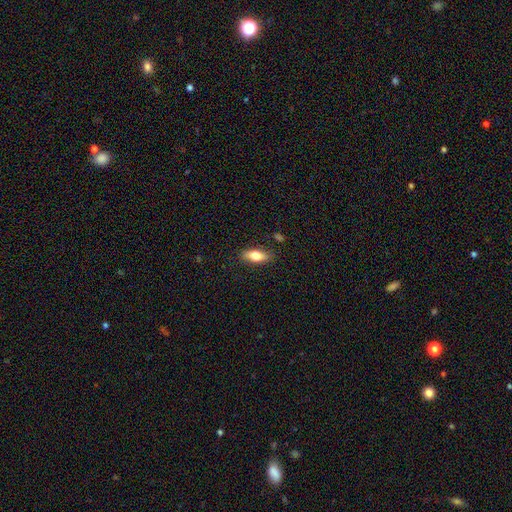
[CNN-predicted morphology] type=smooth (74%); roundness=in between (77%); merging=none (83%).